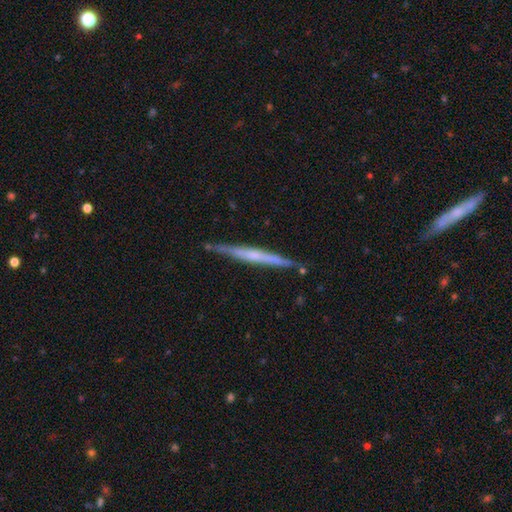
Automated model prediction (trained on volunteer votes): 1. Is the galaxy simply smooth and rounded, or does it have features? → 64% featured or disk, 30% smooth, 6% star or artifact.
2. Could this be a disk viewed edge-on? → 97% yes, 3% no.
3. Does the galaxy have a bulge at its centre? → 55% none, 32% rounded, 12% boxy.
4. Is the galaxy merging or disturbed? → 85% none, 11% minor disturbance, 2% merger, 2% major disturbance.